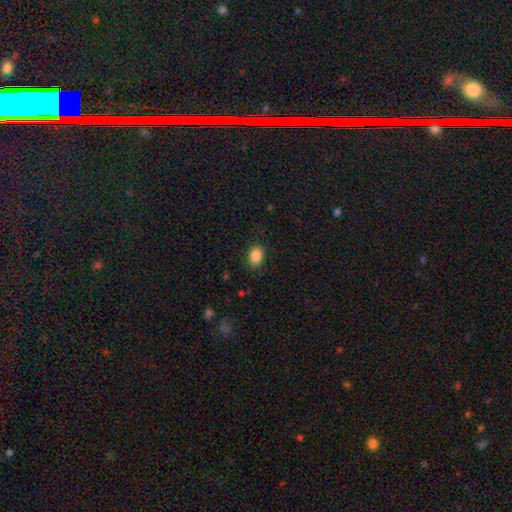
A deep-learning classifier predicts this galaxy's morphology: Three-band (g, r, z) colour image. It shows a smooth galaxy with no disk features (87%) that is in between round and cigar-shaped (77%). Merging: none (86%).